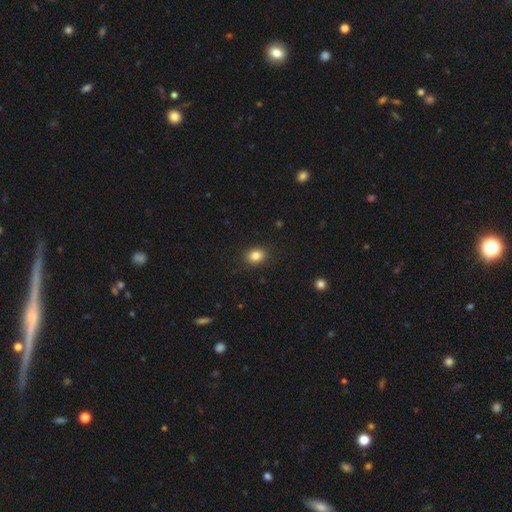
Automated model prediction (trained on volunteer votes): Smooth or featured: smooth — 85% (star or artifact — 10%)
How rounded: in between — 50% (round — 49%)
Merging: none — 88% (minor disturbance — 9%)